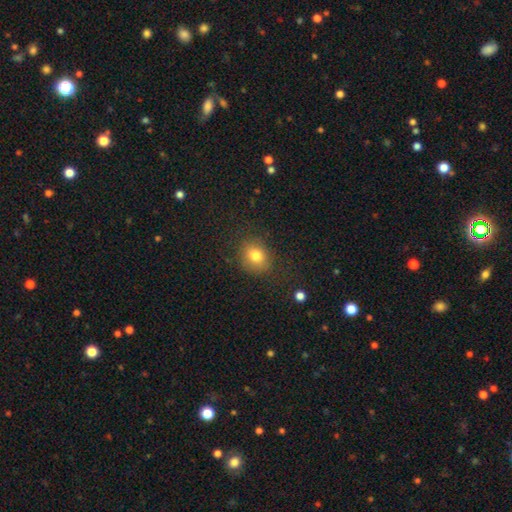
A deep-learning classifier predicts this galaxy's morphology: The model was most divided on "how rounded": round: 70%, in between: 29%, cigar-shaped: 1%. More confident: merging — none (81%); smooth or featured — smooth (79%).